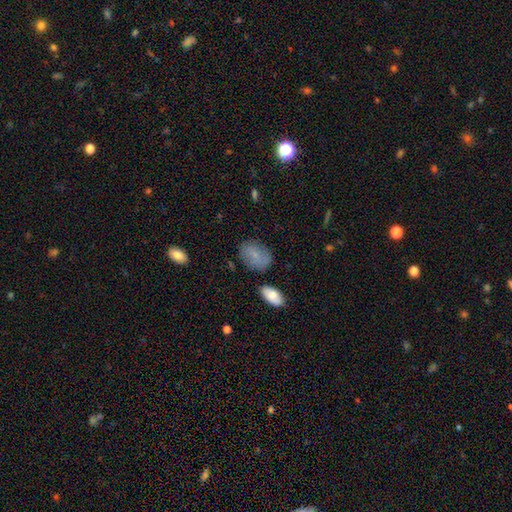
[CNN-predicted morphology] A smooth galaxy with no disk features (74%) that is in between round and cigar-shaped (75%). Merging: none (72%).